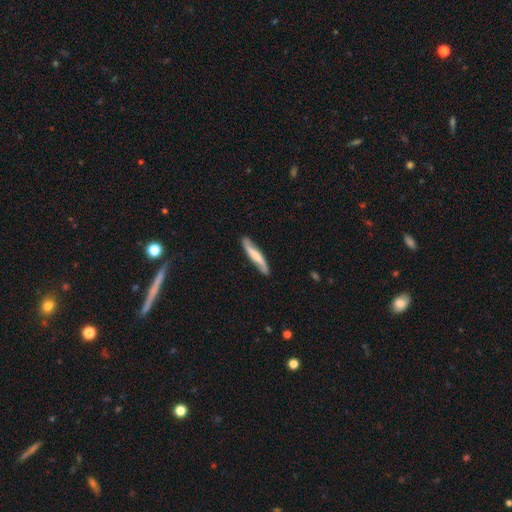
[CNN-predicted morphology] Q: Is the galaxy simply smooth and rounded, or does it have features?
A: featured or disk — 51%.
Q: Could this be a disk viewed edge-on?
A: yes — 50%, tied with no.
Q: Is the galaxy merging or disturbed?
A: none — 84%.